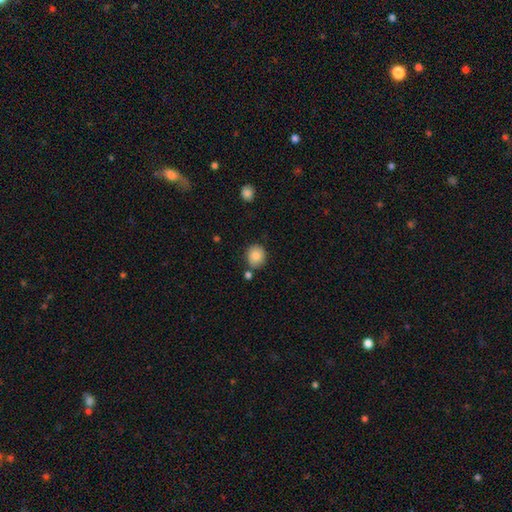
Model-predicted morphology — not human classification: Smooth or featured? smooth (85%)
How rounded? round (74%)
Merging? none (77%)